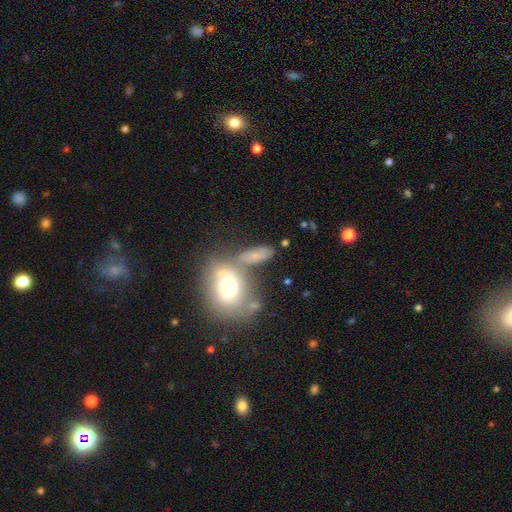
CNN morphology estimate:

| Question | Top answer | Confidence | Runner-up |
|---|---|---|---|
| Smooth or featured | smooth | 64% | featured or disk (24%) |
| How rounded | in between | 66% | round (17%) |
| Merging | none | 50% | merger (25%) |